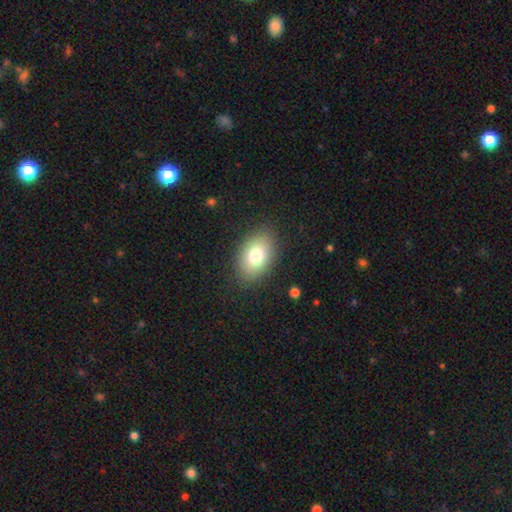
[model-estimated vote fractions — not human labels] Overall: smooth (77%). How rounded: in between (85%). Merging: none (86%).